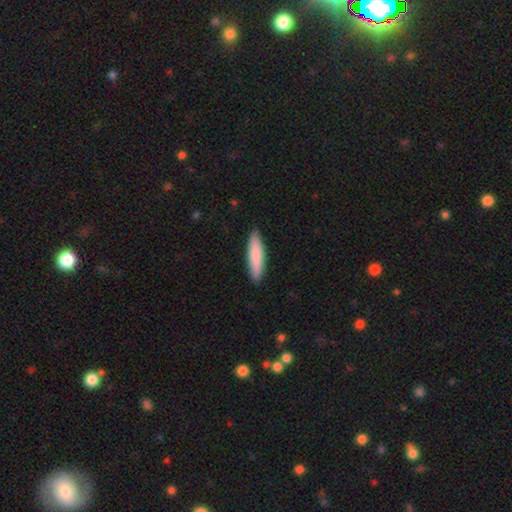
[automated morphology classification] The model was most divided on "how rounded": cigar-shaped: 79%, in between: 20%, round: 1%. More confident: merging — none (90%); smooth or featured — smooth (83%).